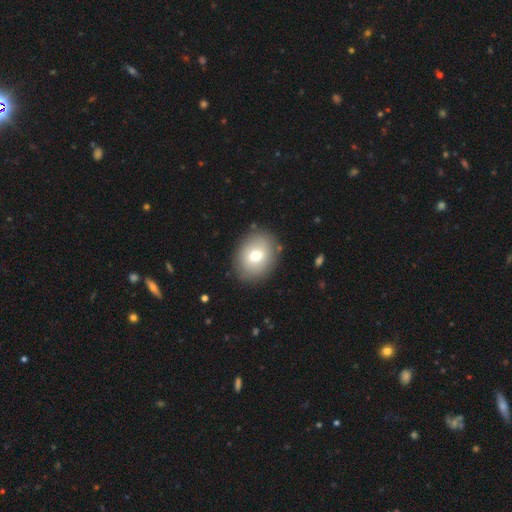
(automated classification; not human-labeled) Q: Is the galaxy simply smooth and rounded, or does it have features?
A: smooth — 71%.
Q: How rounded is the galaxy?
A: round — 50%.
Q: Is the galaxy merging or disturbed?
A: none — 86%.